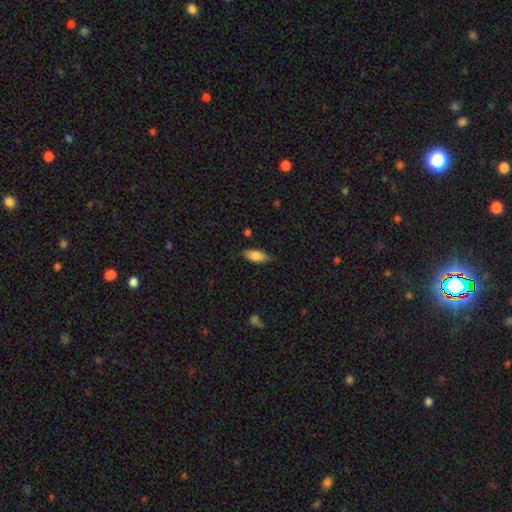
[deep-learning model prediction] This is clearly a smooth galaxy (81%). How rounded: clearly in between (81%). Merging: likely none (78%).